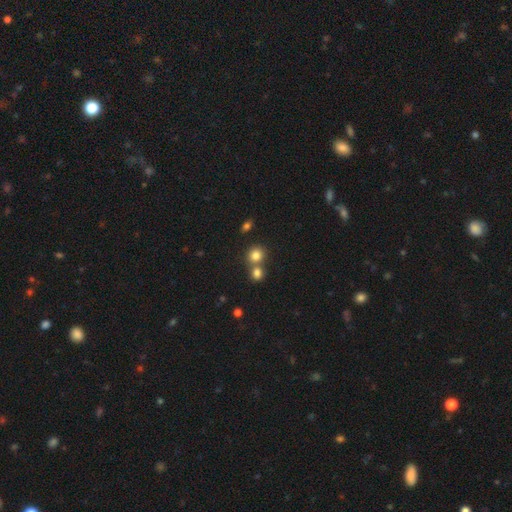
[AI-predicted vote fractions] Overall: smooth (81%). How rounded: round (84%). Merging: none (53%; merger 37%).